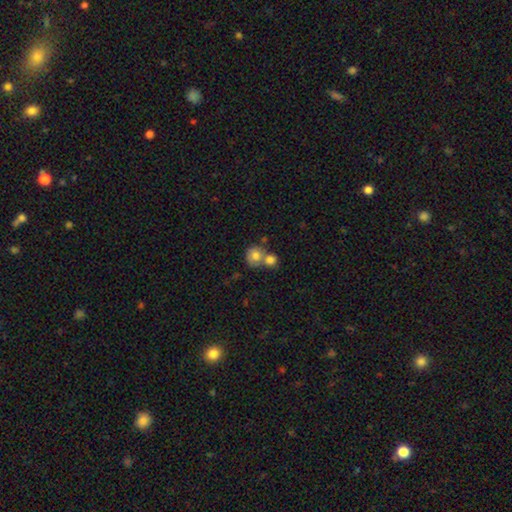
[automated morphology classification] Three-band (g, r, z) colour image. It shows a smooth galaxy with no disk features (77%) that is round (83%). Merging: merger (54%).